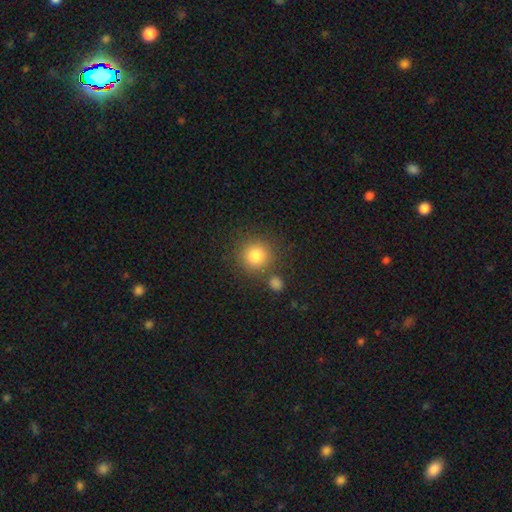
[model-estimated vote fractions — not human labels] smooth_or_featured: smooth (p=0.83) [alt: star or artifact p=0.10]
how_rounded: round (p=0.92) [alt: in between p=0.07]
merging: none (p=0.79) [alt: merger p=0.09]